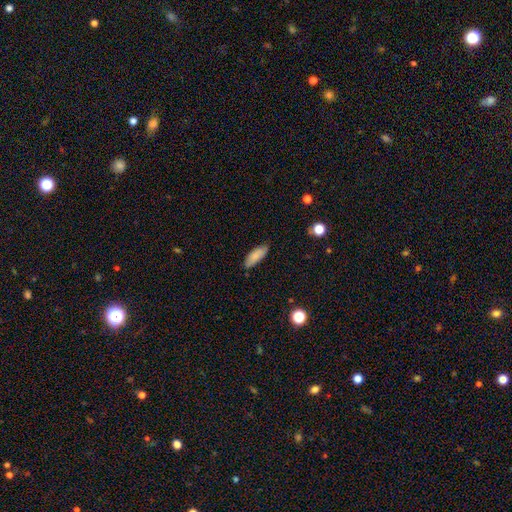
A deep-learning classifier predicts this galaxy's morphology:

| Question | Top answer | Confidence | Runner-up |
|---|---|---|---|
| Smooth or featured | smooth | 85% | featured or disk (8%) |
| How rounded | in between | 66% | cigar-shaped (32%) |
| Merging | none | 83% | minor disturbance (14%) |